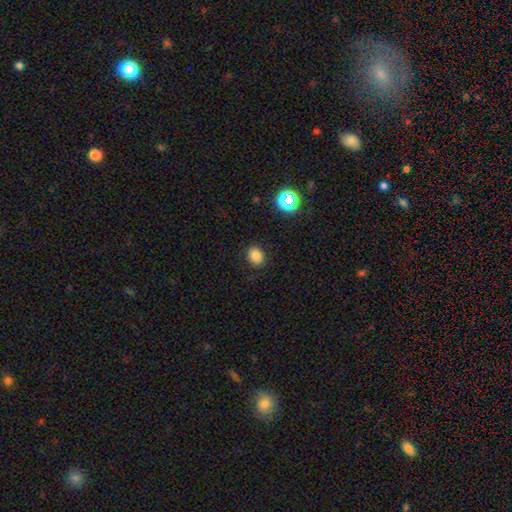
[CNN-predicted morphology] The model was most divided on "how rounded": round: 57%, in between: 42%, cigar-shaped: 1%. More confident: merging — none (86%); smooth or featured — smooth (81%).